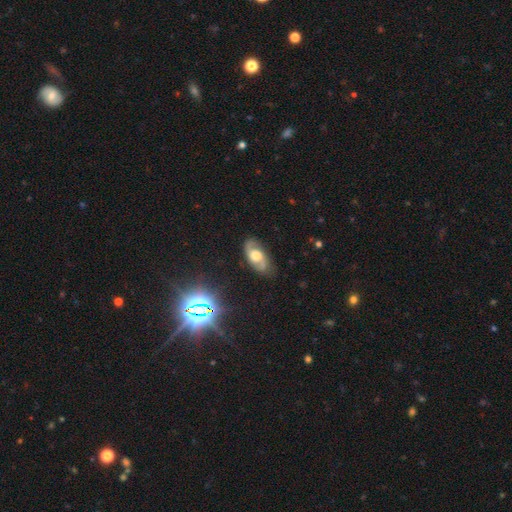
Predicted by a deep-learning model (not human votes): Smooth or featured? featured or disk (65%)
Edge-on disk? no (91%)
Bar? no (65%)
Spiral arms? yes (85%)
Bulge size? moderate (56%)
Merging? none (77%)